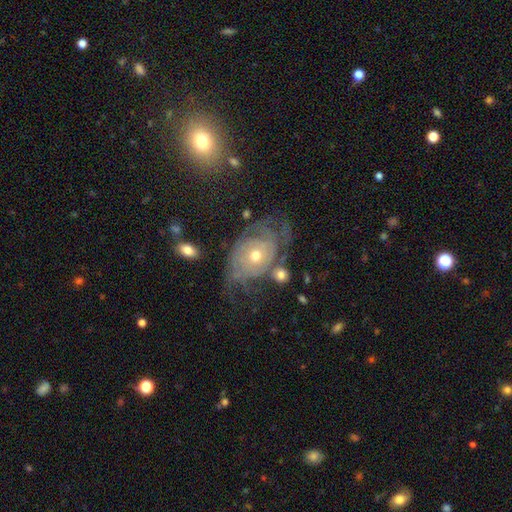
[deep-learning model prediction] Overall: featured or disk (76%). Edge-on disk: no (96%). Bar: no (82%). Spiral arms: yes (82%). Spiral arm count: can't tell (47%; 2 23%). Spiral winding: tight (56%; medium 29%). Bulge size: moderate (60%; small 36%). Merging: none (46%; major disturbance 25%).